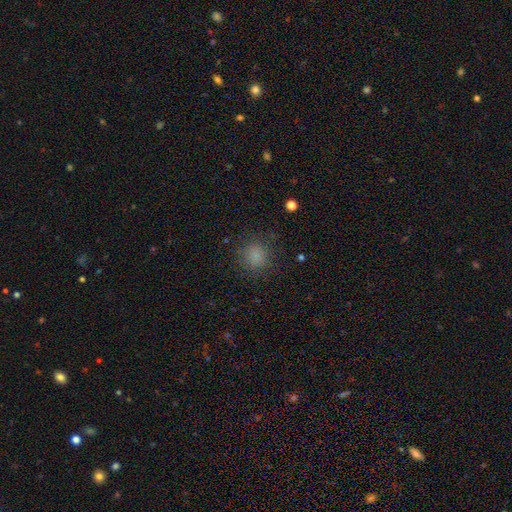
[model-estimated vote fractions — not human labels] The model was most divided on "smooth or featured": smooth: 81%, star or artifact: 13%, featured or disk: 5%. More confident: how rounded — round (85%); merging — none (83%).